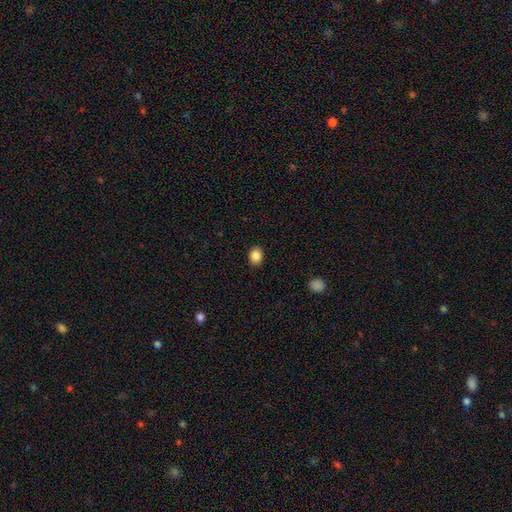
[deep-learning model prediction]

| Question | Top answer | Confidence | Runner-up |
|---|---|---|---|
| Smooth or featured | smooth | 86% | star or artifact (9%) |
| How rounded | in between | 52% | round (47%) |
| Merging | none | 89% | minor disturbance (8%) |